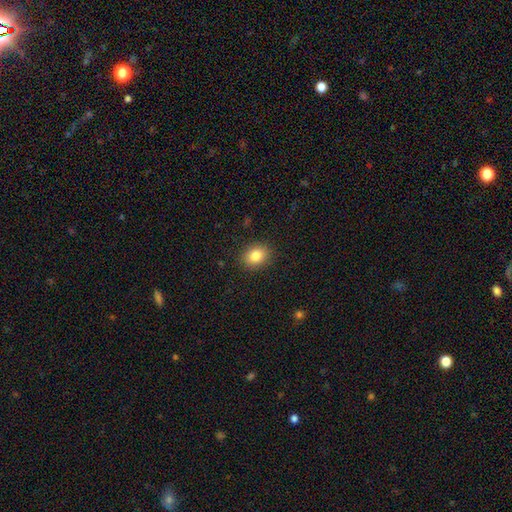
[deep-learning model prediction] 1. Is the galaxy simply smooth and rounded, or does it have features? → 83% smooth, 10% star or artifact, 7% featured or disk.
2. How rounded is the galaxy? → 53% in between, 46% round, 1% cigar-shaped.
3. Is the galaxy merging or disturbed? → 89% none, 8% minor disturbance, 2% major disturbance, 1% merger.